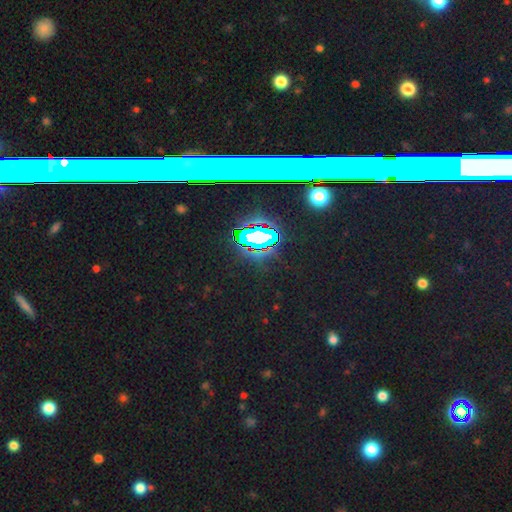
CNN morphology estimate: A star or artifact, not a galaxy (74%).